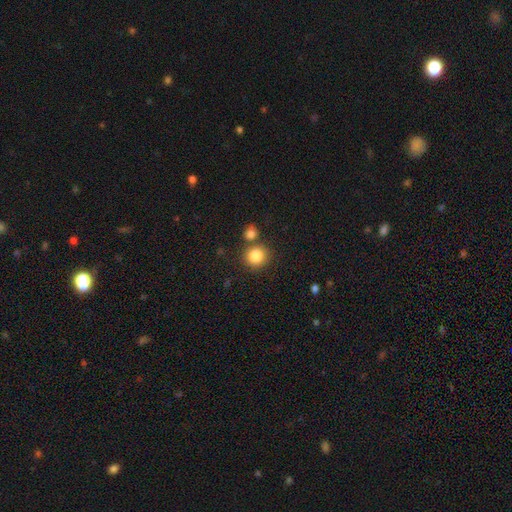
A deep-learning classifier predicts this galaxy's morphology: smooth 85%, star or artifact 10%, featured or disk 5%. Down the decision tree: how rounded — round (87%); merging — none (72%).